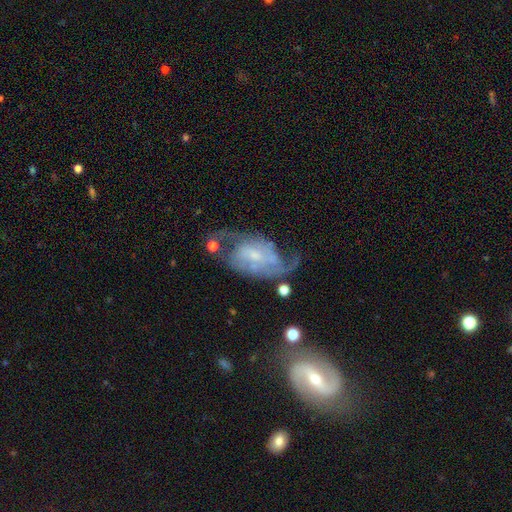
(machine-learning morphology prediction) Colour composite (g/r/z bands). It shows a featured or disk galaxy (82%) with no bar (46%), 2 (65%) medium (45%) spiral arms (92%) and a small central bulge (56%). Merging: none (47%).